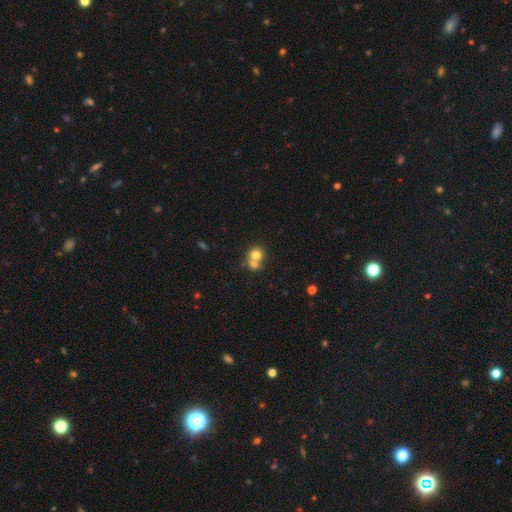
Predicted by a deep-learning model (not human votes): Smooth or featured? smooth (75%)
How rounded? round (80%)
Merging? merger (55%)